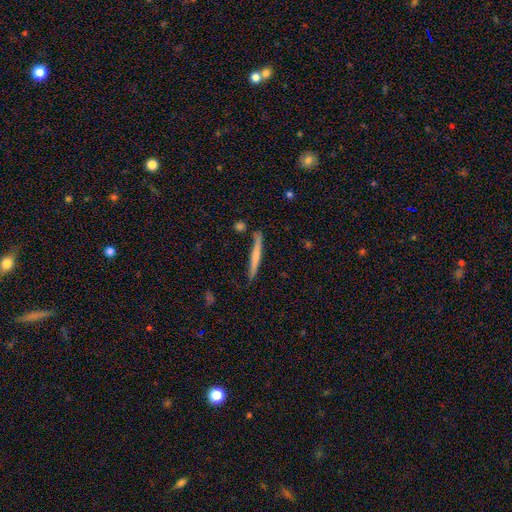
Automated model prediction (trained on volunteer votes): Morphology: type=smooth (52%); roundness=cigar-shaped (96%); merging=none (83%).